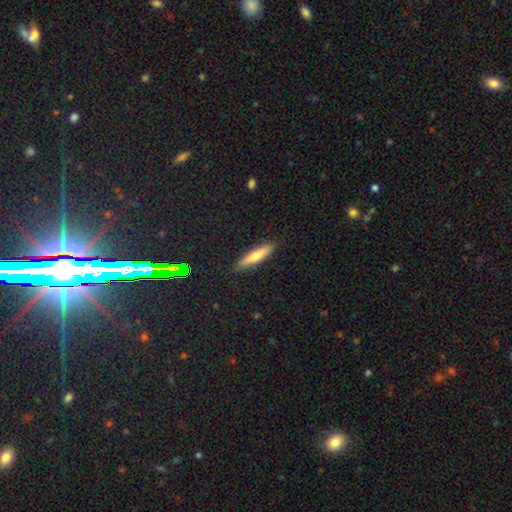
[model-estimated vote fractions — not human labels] Overall: smooth (66%). How rounded: cigar-shaped (81%). Merging: none (89%).